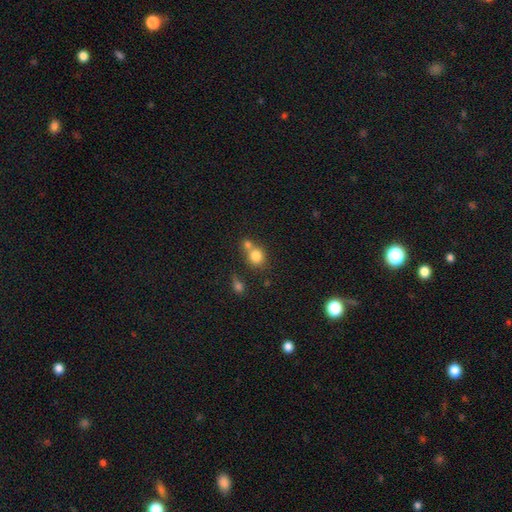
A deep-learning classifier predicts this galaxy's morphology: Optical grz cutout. It shows a smooth galaxy with no disk features (79%) that is round (77%). Merging: merger (44%, tied with none).